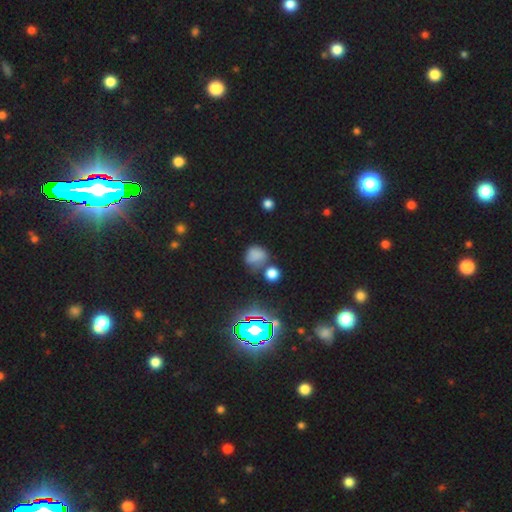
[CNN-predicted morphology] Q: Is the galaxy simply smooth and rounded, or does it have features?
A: smooth — 63%.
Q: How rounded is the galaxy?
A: round — 72%.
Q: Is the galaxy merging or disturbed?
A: none — 50%.